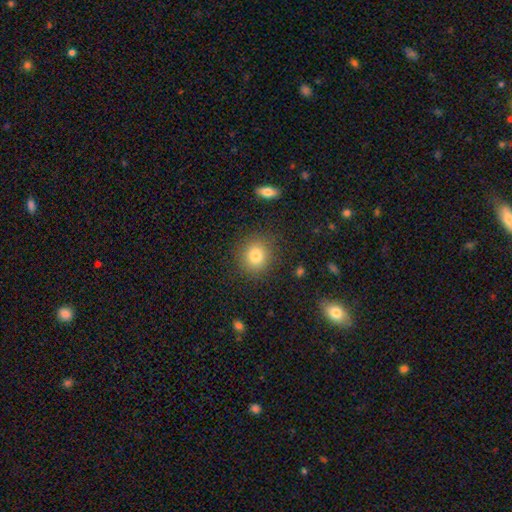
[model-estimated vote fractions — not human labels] Smooth or featured? Predicted: smooth (p=0.80). How rounded? Predicted: round (p=0.85). Merging? Predicted: none (p=0.86).